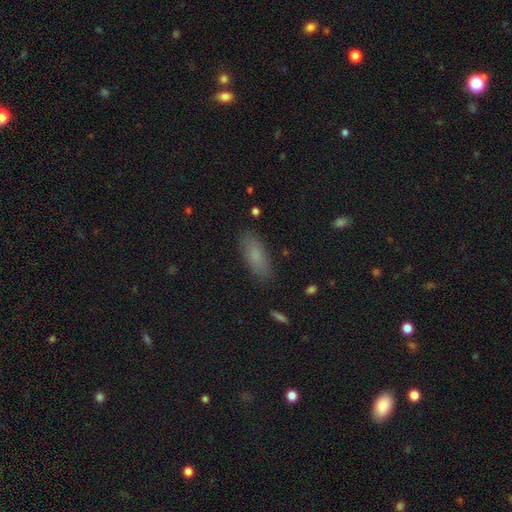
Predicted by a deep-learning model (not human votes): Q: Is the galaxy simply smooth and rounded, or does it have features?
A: smooth — 80%.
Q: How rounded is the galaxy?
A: in between — 71%.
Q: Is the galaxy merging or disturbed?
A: none — 85%.